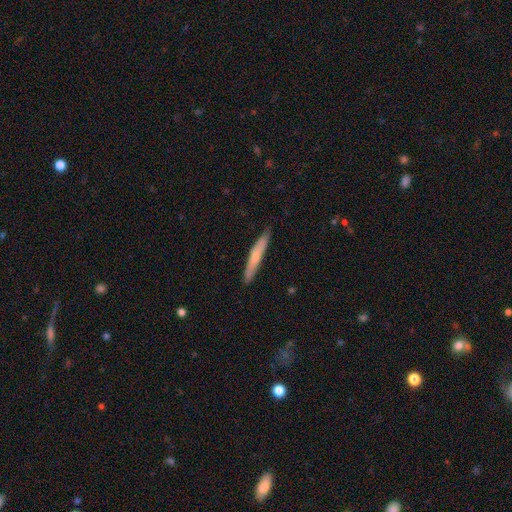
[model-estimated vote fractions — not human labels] Smooth or featured: smooth — 62% (featured or disk — 33%)
How rounded: cigar-shaped — 95% (in between — 4%)
Merging: none — 87% (minor disturbance — 10%)